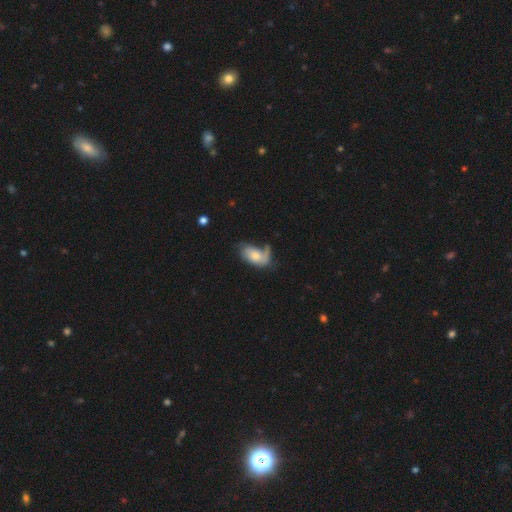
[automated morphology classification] This appears to be a smooth galaxy with no disk features (53%) that is in between round and cigar-shaped (91%). Merging: none (36%).